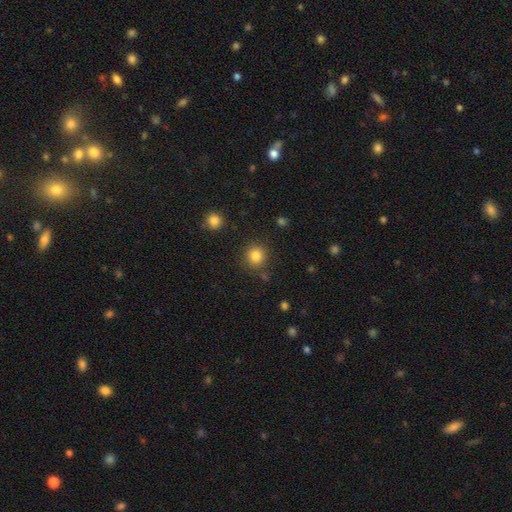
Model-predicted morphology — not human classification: smooth_or_featured: smooth (p=0.84) [alt: star or artifact p=0.11]
how_rounded: round (p=0.91) [alt: in between p=0.08]
merging: none (p=0.85) [alt: minor disturbance p=0.08]